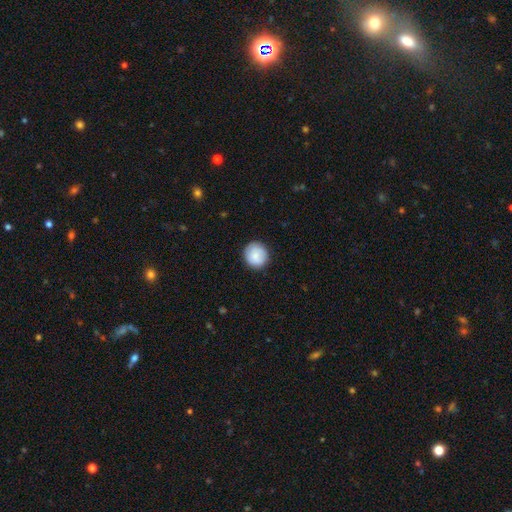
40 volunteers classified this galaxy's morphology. Volunteers were most divided on "smooth or featured": smooth: 78%, featured or disk: 18%, star or artifact: 5%. More confident: how rounded — round (97%); merging — none (89%).